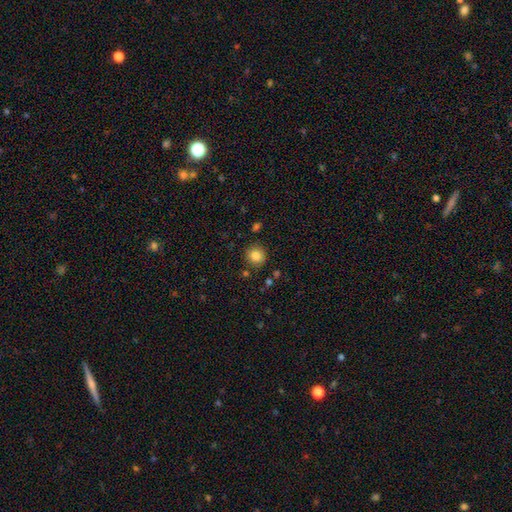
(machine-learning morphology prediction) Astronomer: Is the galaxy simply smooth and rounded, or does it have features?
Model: smooth — 84%.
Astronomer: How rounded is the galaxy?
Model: round — 89%.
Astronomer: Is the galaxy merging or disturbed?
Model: none — 85%.